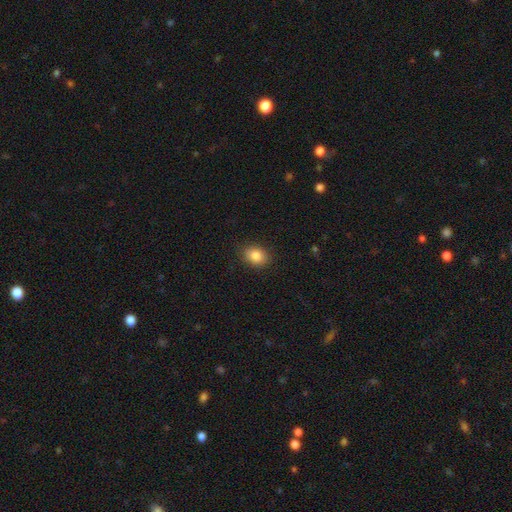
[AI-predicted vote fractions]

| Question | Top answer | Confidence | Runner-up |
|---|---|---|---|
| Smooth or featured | smooth | 85% | star or artifact (9%) |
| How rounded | in between | 53% | round (46%) |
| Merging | none | 88% | minor disturbance (9%) |